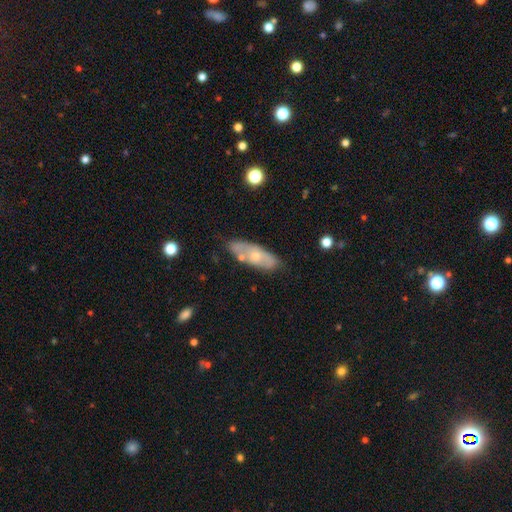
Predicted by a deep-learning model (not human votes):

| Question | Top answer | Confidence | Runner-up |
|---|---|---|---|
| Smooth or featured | smooth | 50% | featured or disk (43%) |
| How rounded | in between | 66% | cigar-shaped (31%) |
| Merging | none | 65% | minor disturbance (21%) |